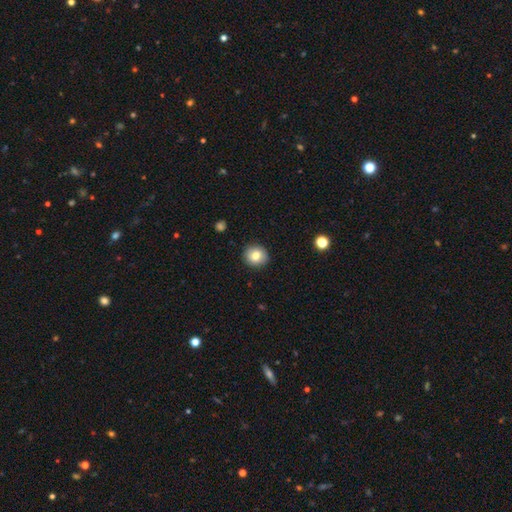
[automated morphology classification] Q: Smooth or featured?
A: smooth (80%); runner-up: featured or disk (11%)
Q: How rounded?
A: round (85%); runner-up: in between (14%)
Q: Merging?
A: none (91%); runner-up: minor disturbance (6%)